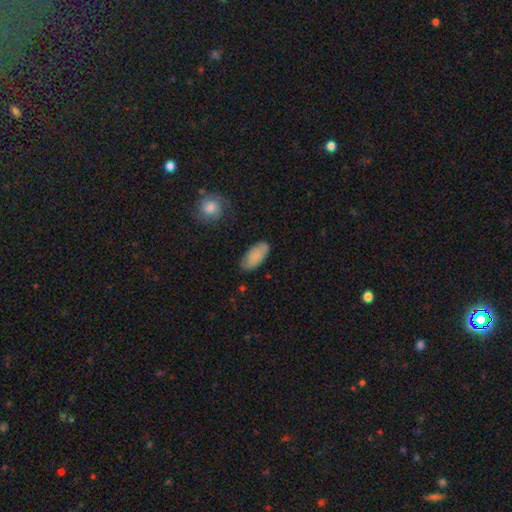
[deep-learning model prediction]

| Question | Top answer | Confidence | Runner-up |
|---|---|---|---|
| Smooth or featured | smooth | 82% | featured or disk (12%) |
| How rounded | in between | 91% | cigar-shaped (7%) |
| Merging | none | 78% | minor disturbance (17%) |